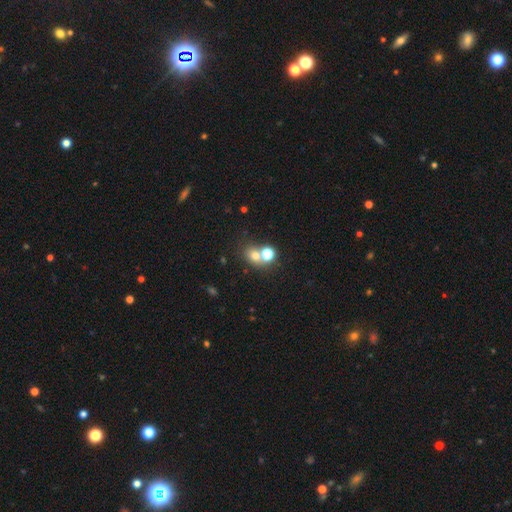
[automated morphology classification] The model was most divided on "merging": none: 47%, merger: 40%, minor disturbance: 8%, major disturbance: 4%. More confident: smooth or featured — smooth (68%); how rounded — round (67%).